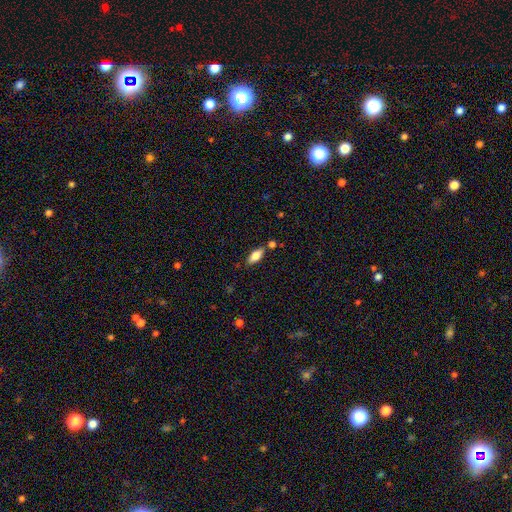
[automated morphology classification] Q: Smooth or featured?
A: smooth (78%); runner-up: featured or disk (15%)
Q: How rounded?
A: in between (81%); runner-up: cigar-shaped (17%)
Q: Merging?
A: none (77%); runner-up: minor disturbance (12%)